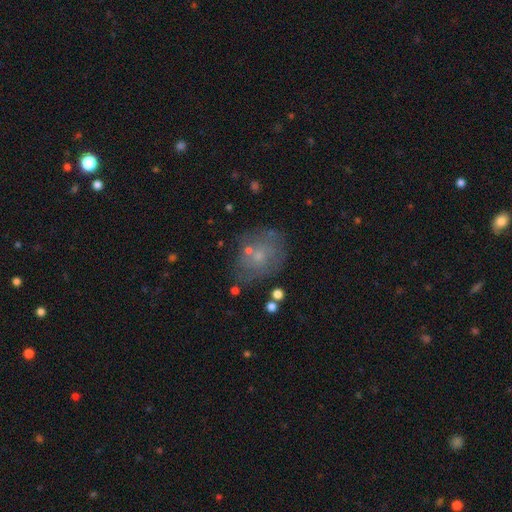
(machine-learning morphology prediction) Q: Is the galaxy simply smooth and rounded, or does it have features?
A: featured or disk — 42%.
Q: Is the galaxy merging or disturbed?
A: none — 58%.